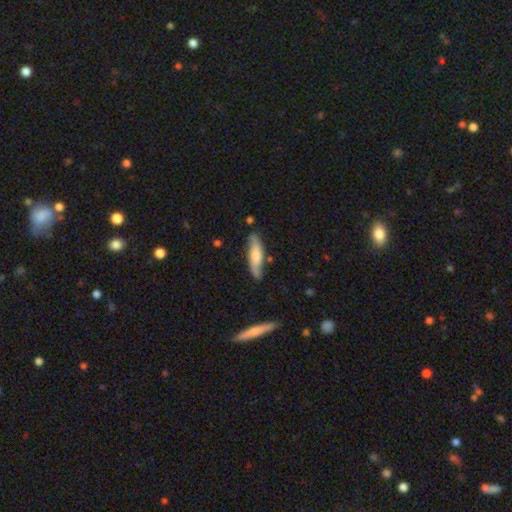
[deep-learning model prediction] Q: Smooth or featured?
A: smooth (53%); runner-up: featured or disk (41%)
Q: How rounded?
A: cigar-shaped (61%); runner-up: in between (37%)
Q: Merging?
A: none (77%); runner-up: minor disturbance (16%)